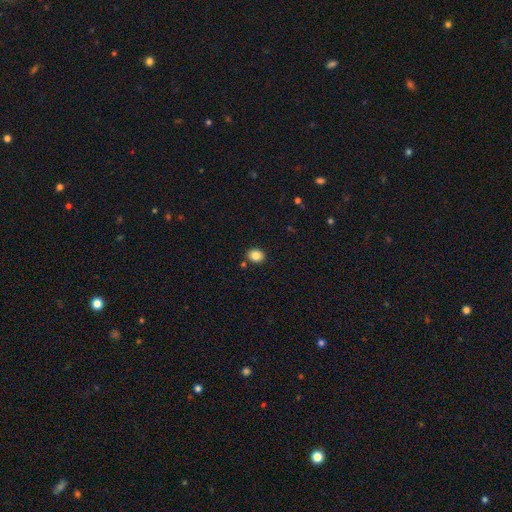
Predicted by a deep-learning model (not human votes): This is clearly a smooth galaxy (85%). How rounded: possibly round (57%). Merging: clearly none (86%).